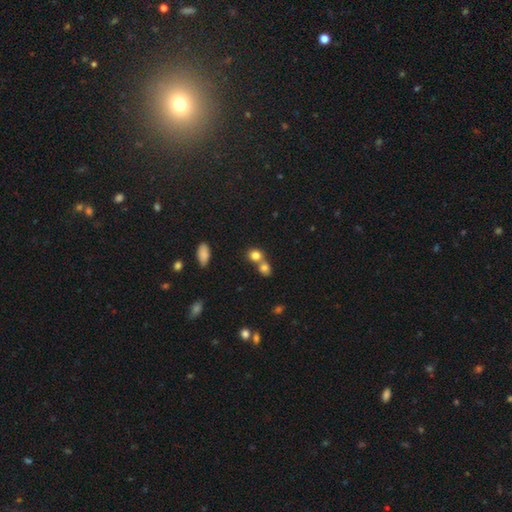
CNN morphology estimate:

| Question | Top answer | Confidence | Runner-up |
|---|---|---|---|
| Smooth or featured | smooth | 80% | star or artifact (12%) |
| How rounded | round | 72% | in between (27%) |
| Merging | merger | 54% | none (37%) |